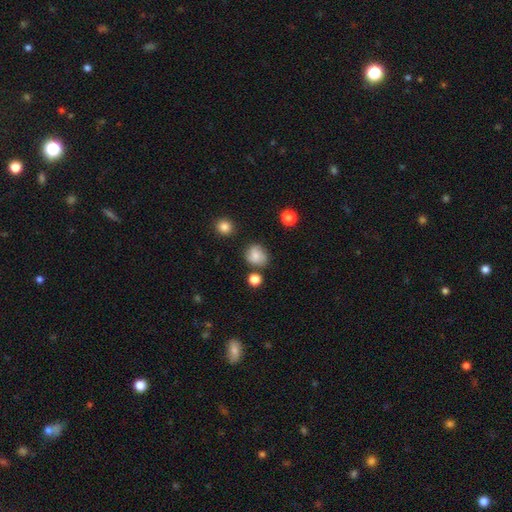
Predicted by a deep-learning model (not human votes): The model was most divided on "how rounded": round: 71%, in between: 28%, cigar-shaped: 1%. More confident: smooth or featured — smooth (75%); merging — none (69%).